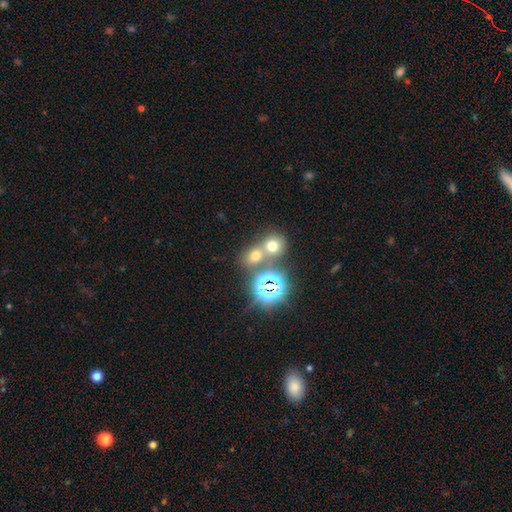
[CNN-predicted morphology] A smooth galaxy with no disk features (54%) that is round (71%). Merging: none (49%).